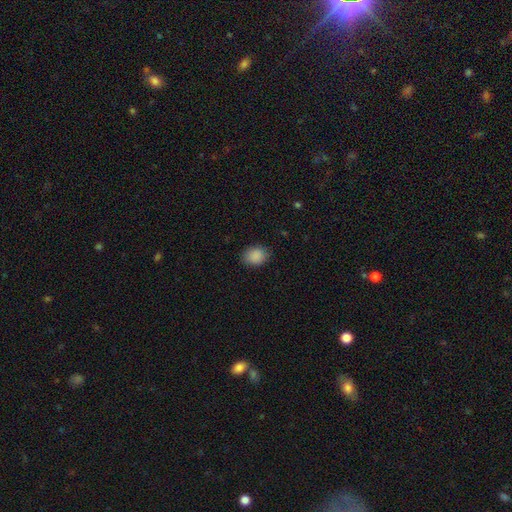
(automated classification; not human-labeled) Smooth or featured?
  - smooth: 89% *
  - star or artifact: 8%
  - featured or disk: 3%
How rounded?
  - in between: 53% *
  - round: 46%
  - cigar-shaped: 1%
Merging?
  - none: 84% *
  - minor disturbance: 12%
  - major disturbance: 3%
  - merger: 1%